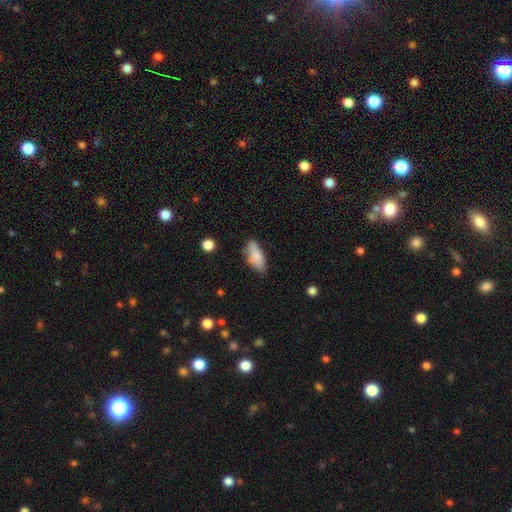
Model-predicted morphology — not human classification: Smooth or featured? Predicted: smooth (p=0.82). How rounded? Predicted: in between (p=0.83). Merging? Predicted: none (p=0.63).